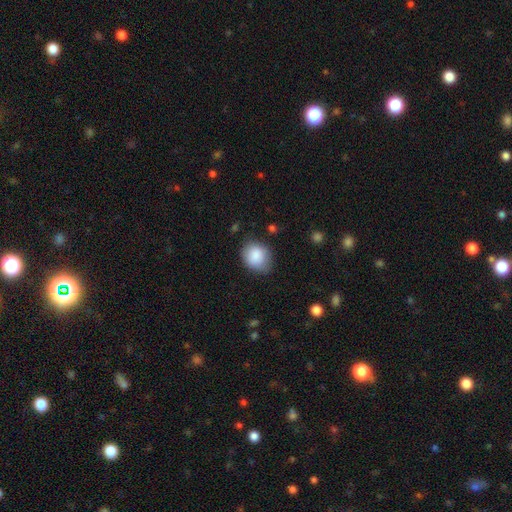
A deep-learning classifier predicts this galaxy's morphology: smooth_or_featured: smooth (p=0.87) [alt: star or artifact p=0.07]
how_rounded: round (p=0.62) [alt: in between p=0.37]
merging: none (p=0.72) [alt: minor disturbance p=0.21]